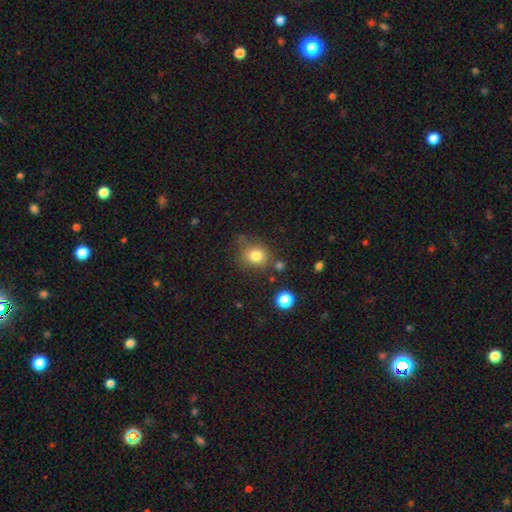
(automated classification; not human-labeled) Smooth or featured? smooth (81%)
How rounded? round (74%)
Merging? none (67%)